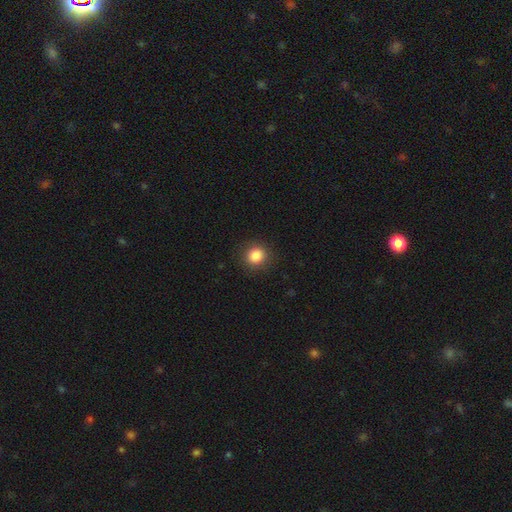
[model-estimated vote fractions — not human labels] This is clearly a smooth galaxy (85%). How rounded: clearly round (88%). Merging: clearly none (90%).